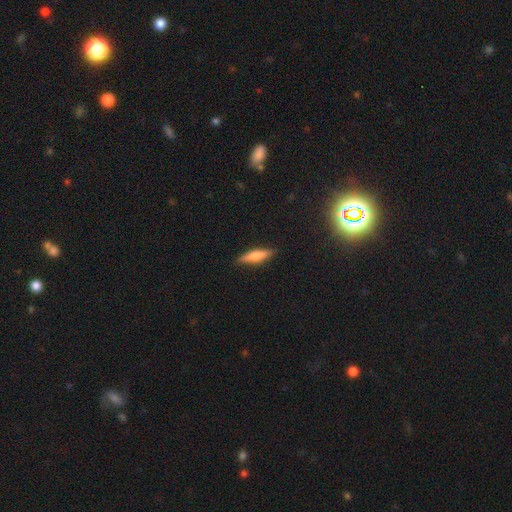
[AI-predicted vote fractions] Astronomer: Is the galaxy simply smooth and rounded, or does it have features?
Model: smooth — 66%.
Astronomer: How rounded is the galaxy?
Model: cigar-shaped — 73%.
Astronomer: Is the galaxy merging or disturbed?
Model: none — 88%.